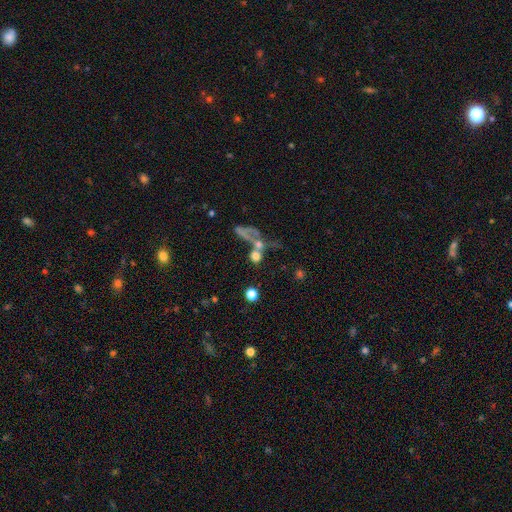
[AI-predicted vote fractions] Smooth or featured: smooth — 62% (featured or disk — 22%)
How rounded: round — 80% (in between — 16%)
Merging: merger — 44% (none — 32%)